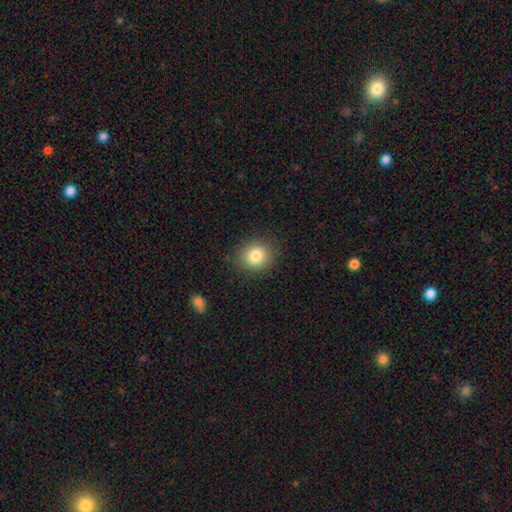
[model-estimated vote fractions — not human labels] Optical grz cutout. It shows a smooth galaxy with no disk features (82%) that is round (77%). Merging: none (88%).